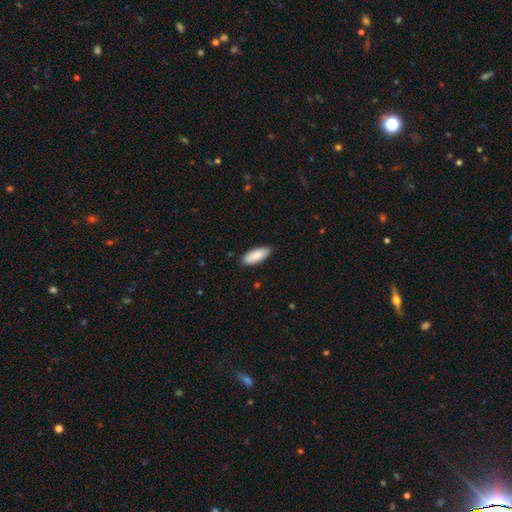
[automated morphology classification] Overall: smooth (88%). How rounded: in between (79%). Merging: none (86%).